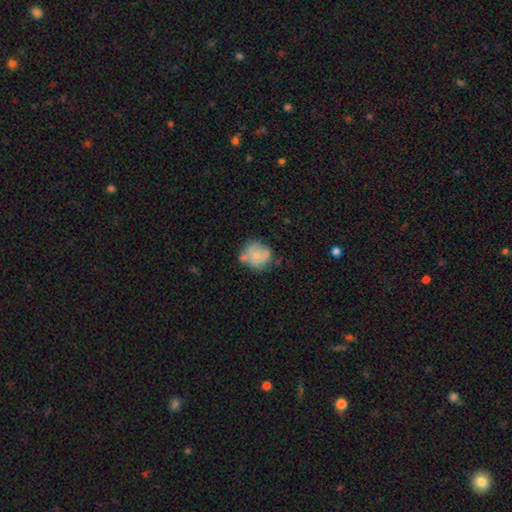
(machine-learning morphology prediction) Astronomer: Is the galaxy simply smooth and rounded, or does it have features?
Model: smooth — 62%.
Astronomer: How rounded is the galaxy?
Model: round — 75%.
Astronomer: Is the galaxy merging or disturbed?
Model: none — 46% (runner-up: minor disturbance, 30%).